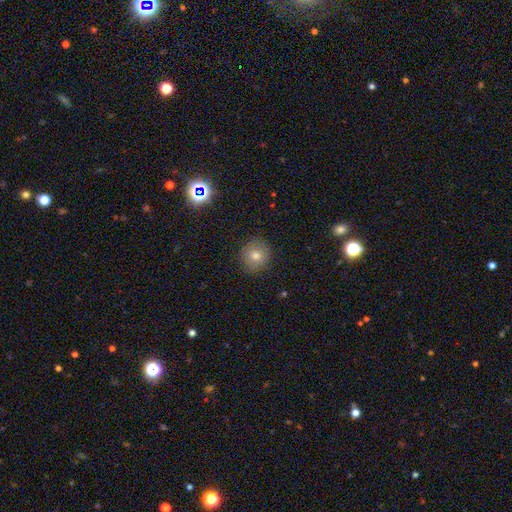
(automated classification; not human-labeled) Smooth or featured? smooth (74%)
How rounded? round (92%)
Merging? none (90%)